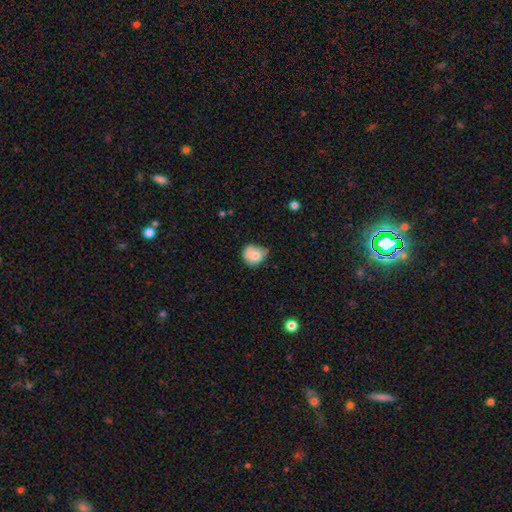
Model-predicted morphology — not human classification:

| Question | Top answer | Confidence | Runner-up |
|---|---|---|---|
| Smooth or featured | smooth | 75% | featured or disk (15%) |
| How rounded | round | 75% | in between (24%) |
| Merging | none | 46% | minor disturbance (41%) |